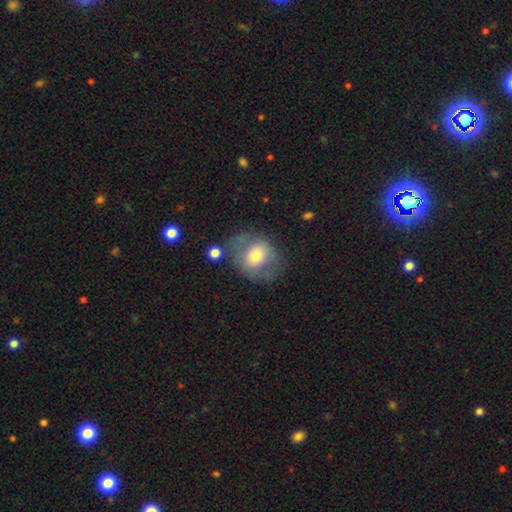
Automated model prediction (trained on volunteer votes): This appears to be a smooth galaxy with no disk features (64%) that is round (62%). Merging: none (57%).